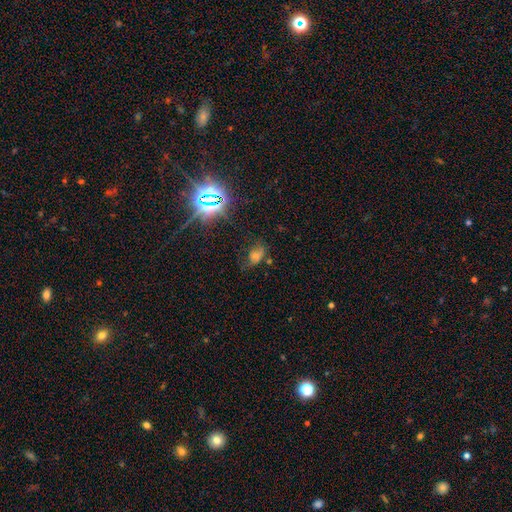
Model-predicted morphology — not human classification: Overall: smooth (41%; star or artifact 38%). Merging: none (55%; minor disturbance 26%).